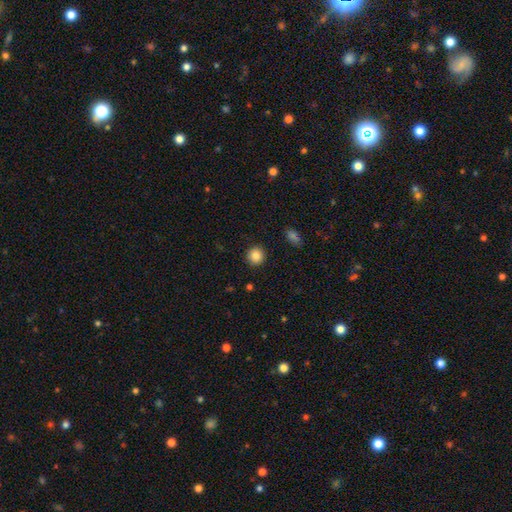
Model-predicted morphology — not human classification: The model was most divided on "smooth or featured": smooth: 86%, star or artifact: 9%, featured or disk: 4%. More confident: how rounded — round (93%); merging — none (91%).